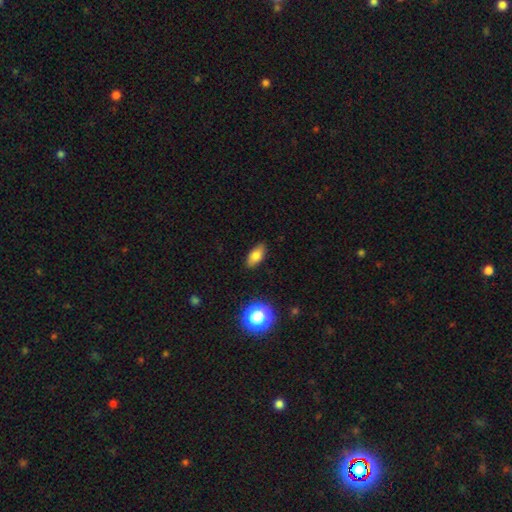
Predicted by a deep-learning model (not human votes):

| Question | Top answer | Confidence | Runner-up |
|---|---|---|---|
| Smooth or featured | smooth | 79% | star or artifact (11%) |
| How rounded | in between | 86% | cigar-shaped (7%) |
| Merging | none | 86% | minor disturbance (10%) |